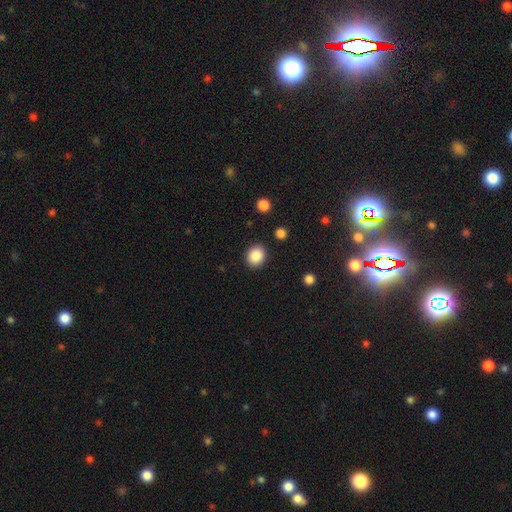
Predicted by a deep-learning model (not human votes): Morphology: type=smooth (87%); roundness=round (72%); merging=none (89%).